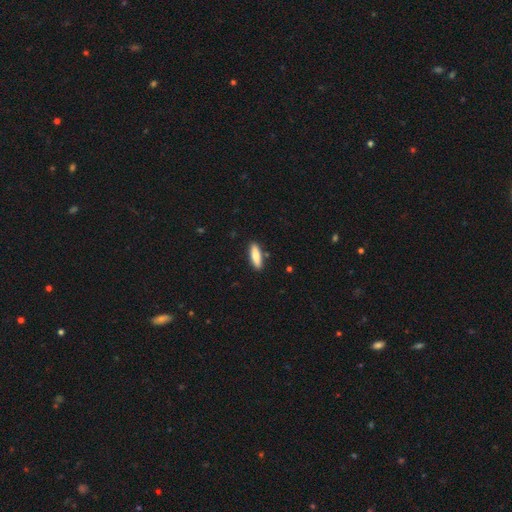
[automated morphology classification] Overall: smooth (82%). How rounded: cigar-shaped (58%; in between 41%). Merging: none (87%).